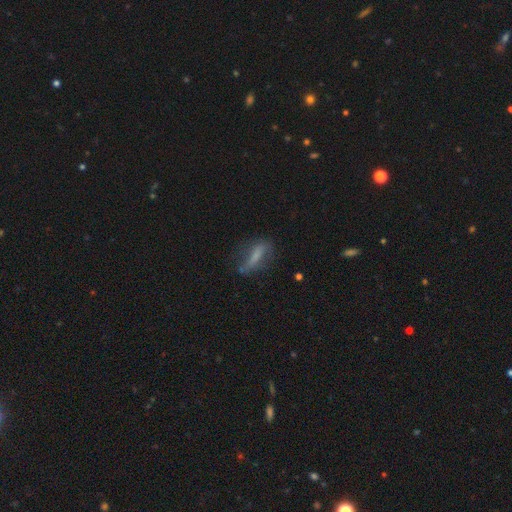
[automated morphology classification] Overall: smooth (55%; featured or disk 35%). How rounded: cigar-shaped (59%; in between 38%). Merging: none (61%; minor disturbance 25%).